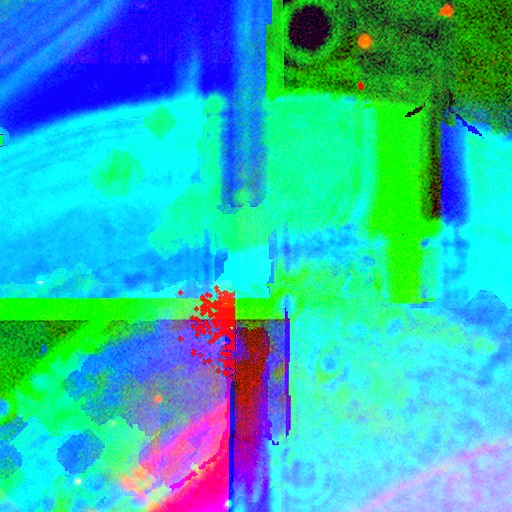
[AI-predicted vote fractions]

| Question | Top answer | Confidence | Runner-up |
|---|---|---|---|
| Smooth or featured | star or artifact | 85% | featured or disk (8%) |